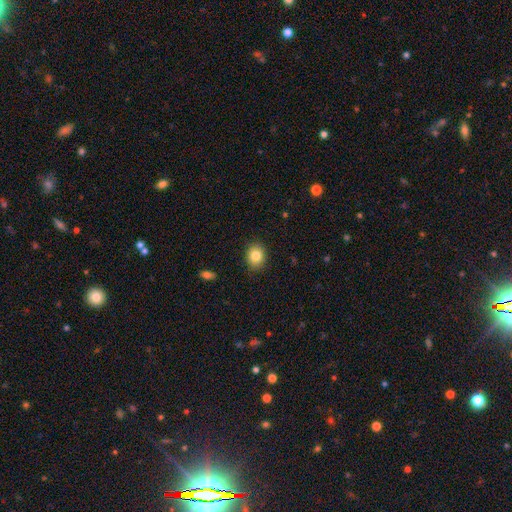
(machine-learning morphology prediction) Smooth or featured: smooth — 84% (star or artifact — 9%)
How rounded: round — 58% (in between — 41%)
Merging: none — 88% (minor disturbance — 9%)